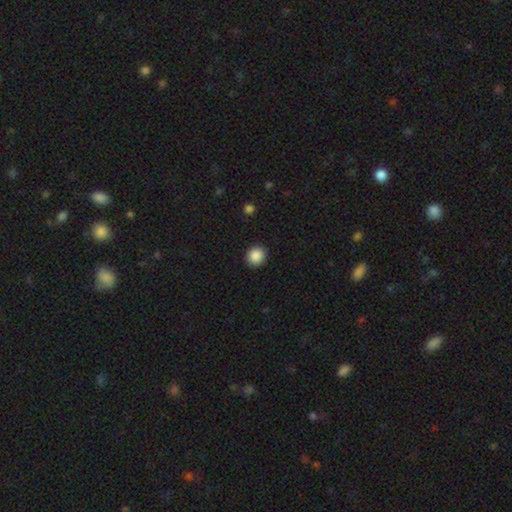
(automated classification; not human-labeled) smooth_or_featured: smooth (p=0.88) [alt: star or artifact p=0.09]
how_rounded: round (p=0.87) [alt: in between p=0.12]
merging: none (p=0.92) [alt: minor disturbance p=0.06]